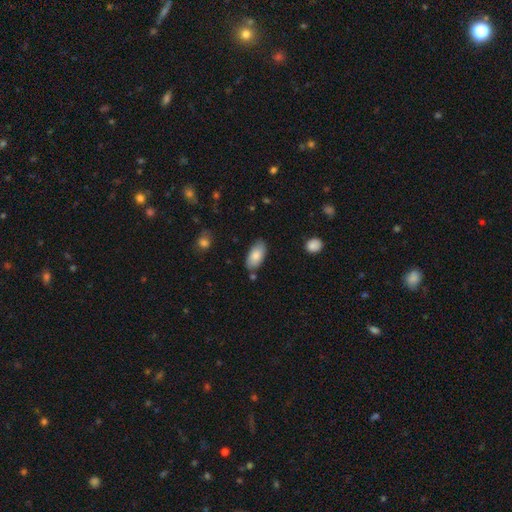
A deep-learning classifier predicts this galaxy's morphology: The model was most divided on "merging": none: 78%, minor disturbance: 15%, merger: 4%, major disturbance: 3%. More confident: how rounded — in between (94%); smooth or featured — smooth (82%).